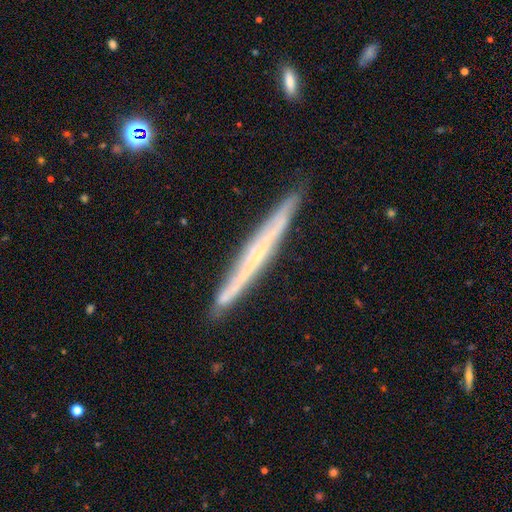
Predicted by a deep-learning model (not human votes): featured or disk 67%, smooth 26%, star or artifact 7%. Down the decision tree: edge-on disk — yes (96%); edge-on bulge — none (71%); merging — none (87%).